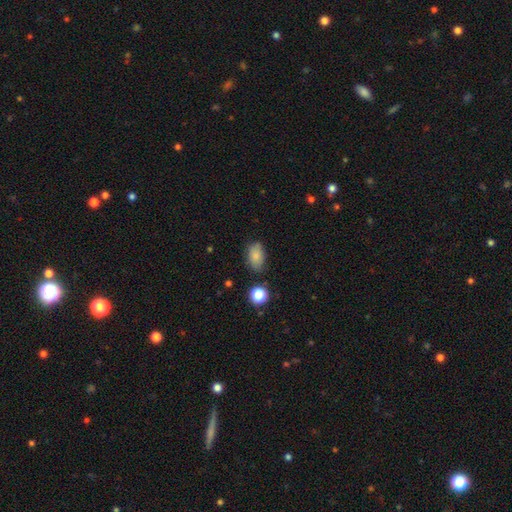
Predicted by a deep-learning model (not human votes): The model was most divided on "merging": none: 75%, minor disturbance: 18%, major disturbance: 4%, merger: 3%. More confident: how rounded — in between (87%); smooth or featured — smooth (83%).